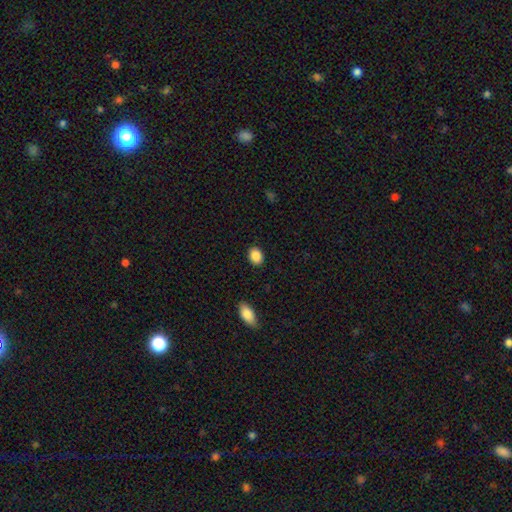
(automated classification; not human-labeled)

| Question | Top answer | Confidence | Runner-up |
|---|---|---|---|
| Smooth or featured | smooth | 88% | star or artifact (8%) |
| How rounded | in between | 60% | round (39%) |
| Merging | none | 89% | minor disturbance (8%) |